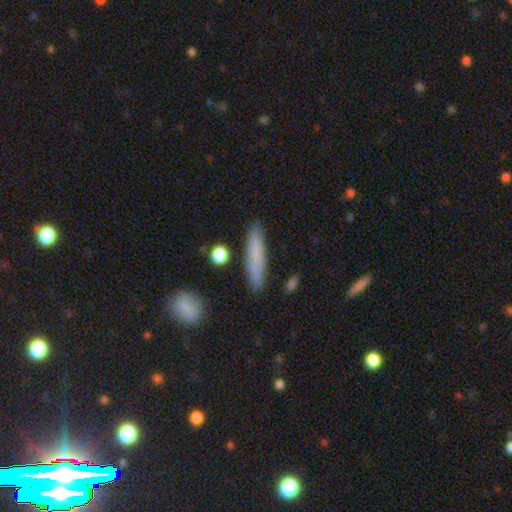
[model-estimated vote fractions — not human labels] smooth-or-featured: smooth: 76% | featured or disk: 16% | star or artifact: 7%
  how-rounded: cigar-shaped: 89% | in between: 10% | round: 2%
  merging: none: 87% | minor disturbance: 9% | merger: 2% | major disturbance: 2%